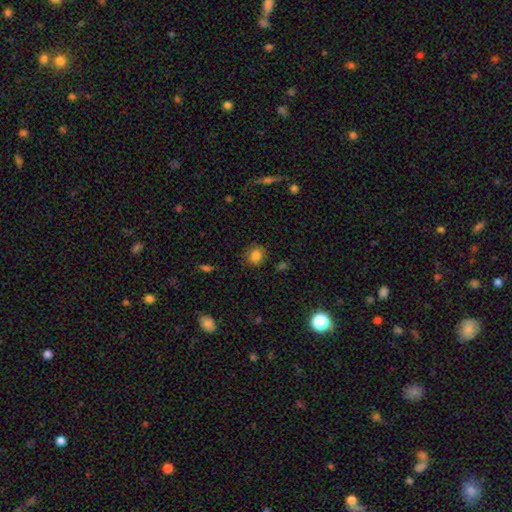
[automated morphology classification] A smooth galaxy with no disk features (82%) that is round (62%). Merging: none (83%).